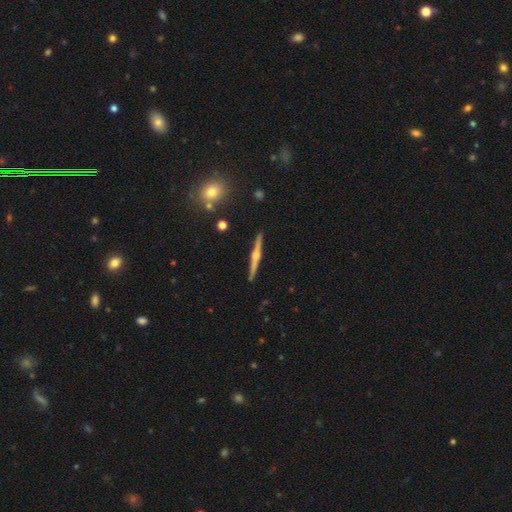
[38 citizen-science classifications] Smooth or featured?
  - featured or disk: 87% *
  - smooth: 13%
  - star or artifact: 0%
Edge-on disk?
  - yes: 97% *
  - no: 3%
Edge-on bulge?
  - rounded: 97% *
  - none: 3%
  - boxy: 0%
Merging?
  - none: 89% *
  - minor disturbance: 8%
  - major disturbance: 3%
  - merger: 0%